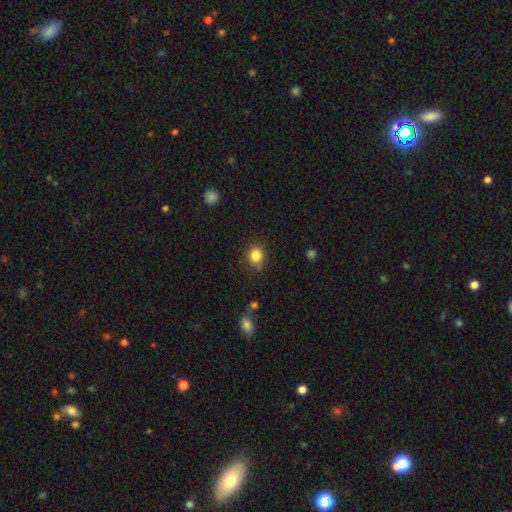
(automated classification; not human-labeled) smooth-or-featured: smooth: 85% | star or artifact: 11% | featured or disk: 5%
  how-rounded: round: 78% | in between: 21% | cigar-shaped: 1%
  merging: none: 81% | minor disturbance: 13% | major disturbance: 3% | merger: 2%